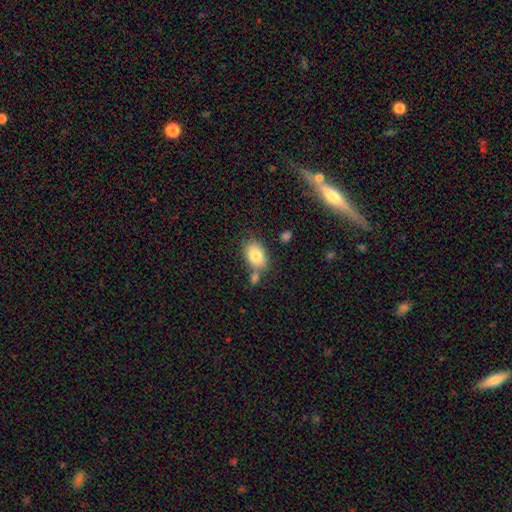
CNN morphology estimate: This is clearly a smooth galaxy (83%). How rounded: clearly in between (84%). Merging: likely none (66%).